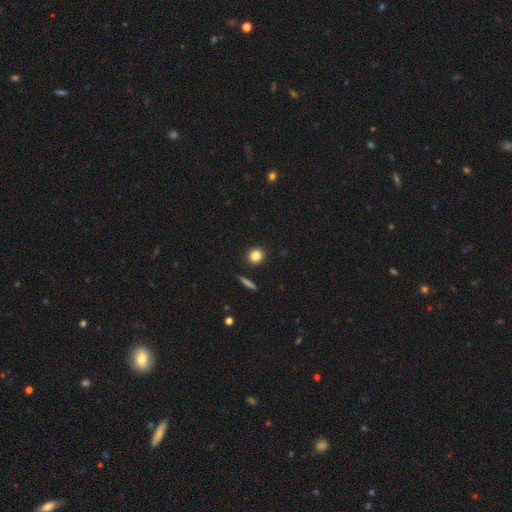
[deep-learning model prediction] Overall: smooth (84%). How rounded: round (89%). Merging: none (92%).